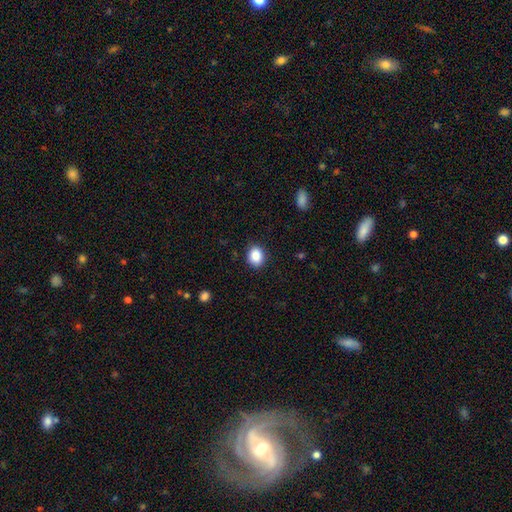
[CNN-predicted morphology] smooth 88%, star or artifact 9%, featured or disk 4%. Down the decision tree: how rounded — round (52%); merging — none (88%).